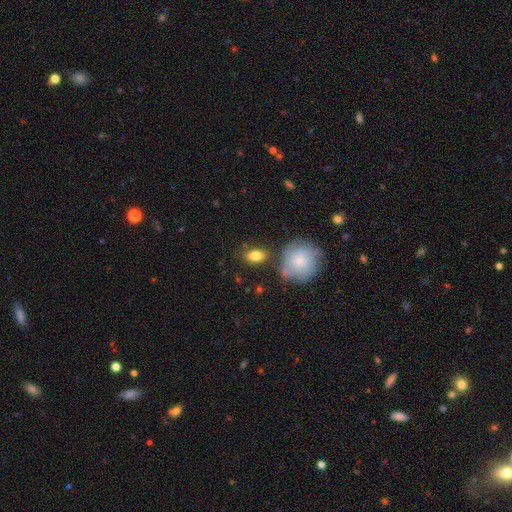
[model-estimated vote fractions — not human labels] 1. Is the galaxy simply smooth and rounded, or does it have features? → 81% smooth, 11% featured or disk, 7% star or artifact.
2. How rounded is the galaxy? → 77% in between, 20% round, 3% cigar-shaped.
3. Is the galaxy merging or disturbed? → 75% none, 14% minor disturbance, 7% merger, 4% major disturbance.